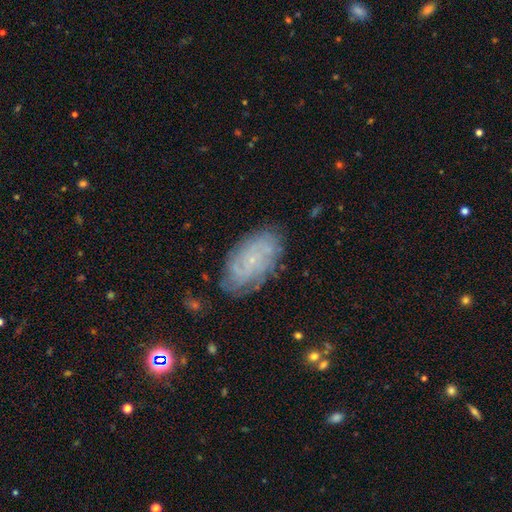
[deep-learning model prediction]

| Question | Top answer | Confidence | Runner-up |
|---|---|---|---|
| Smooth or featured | featured or disk | 61% | smooth (23%) |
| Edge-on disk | no | 94% | yes (6%) |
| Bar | no | 71% | weak (24%) |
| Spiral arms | yes | 90% | no (10%) |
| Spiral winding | tight | 64% | medium (27%) |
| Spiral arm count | can't tell | 49% | 2 (14%) |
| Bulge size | small | 80% | moderate (11%) |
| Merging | none | 79% | minor disturbance (15%) |